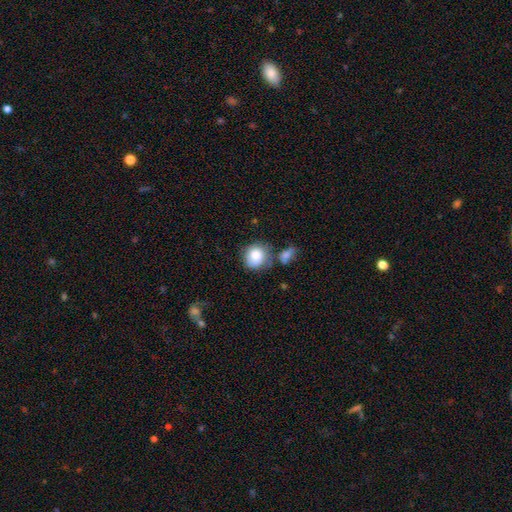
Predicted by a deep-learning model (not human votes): A smooth galaxy with no disk features (81%) that is round (83%). Merging: none (58%).